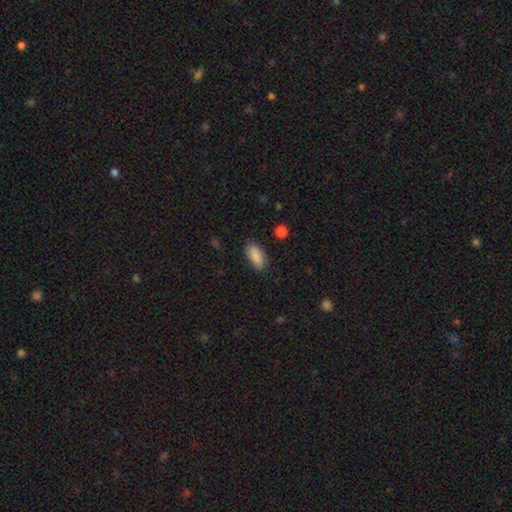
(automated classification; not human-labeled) This appears to be a smooth galaxy with no disk features (87%) that is in between round and cigar-shaped (90%). Merging: none (79%).